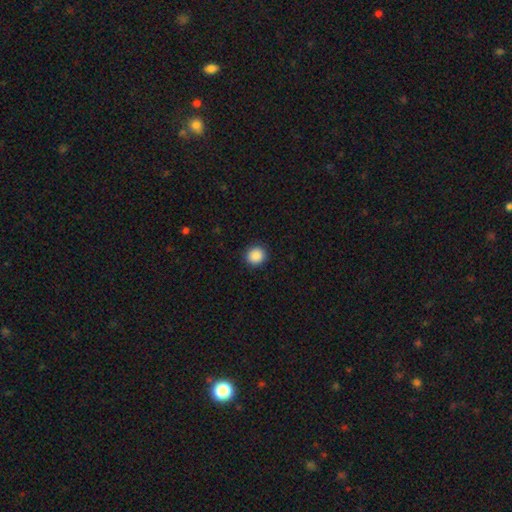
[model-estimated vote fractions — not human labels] Smooth or featured?
  - smooth: 89% *
  - star or artifact: 9%
  - featured or disk: 2%
How rounded?
  - round: 88% *
  - in between: 11%
  - cigar-shaped: 1%
Merging?
  - none: 91% *
  - minor disturbance: 6%
  - major disturbance: 2%
  - merger: 1%